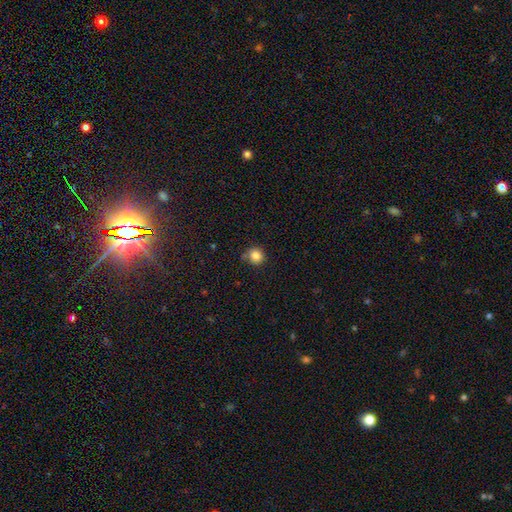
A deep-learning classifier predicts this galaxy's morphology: Smooth or featured? Predicted: smooth (p=0.84). How rounded? Predicted: round (p=0.90). Merging? Predicted: none (p=0.77).